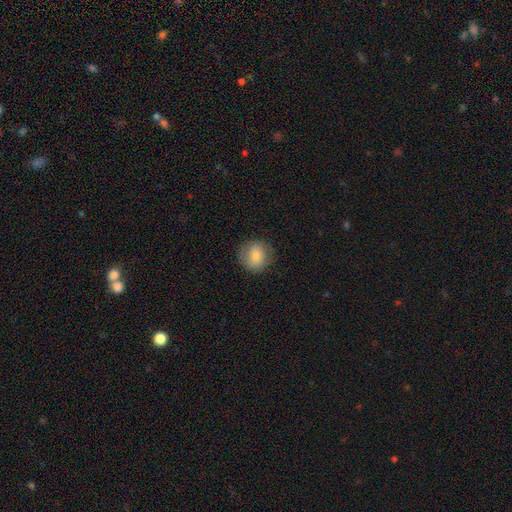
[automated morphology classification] The model was most divided on "smooth or featured": smooth: 75%, featured or disk: 17%, star or artifact: 8%. More confident: how rounded — round (86%); merging — none (82%).